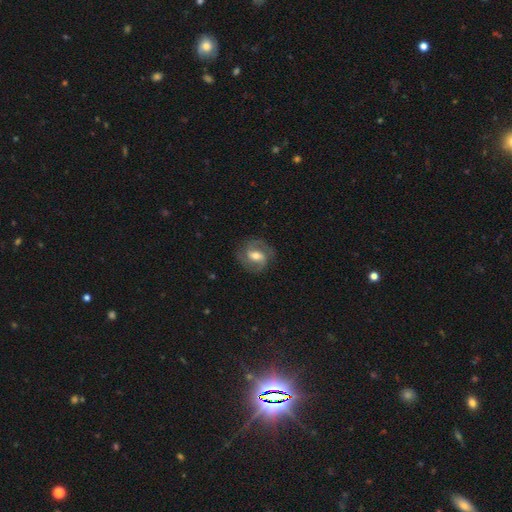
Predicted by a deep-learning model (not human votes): Q: Smooth or featured?
A: featured or disk (81%); runner-up: smooth (13%)
Q: Edge-on disk?
A: no (97%); runner-up: yes (3%)
Q: Bar?
A: weak (46%); runner-up: strong (33%)
Q: Spiral arms?
A: yes (93%); runner-up: no (7%)
Q: Spiral winding?
A: medium (52%); runner-up: tight (30%)
Q: Spiral arm count?
A: 2 (88%); runner-up: can't tell (5%)
Q: Bulge size?
A: moderate (67%); runner-up: small (23%)
Q: Merging?
A: none (80%); runner-up: minor disturbance (13%)